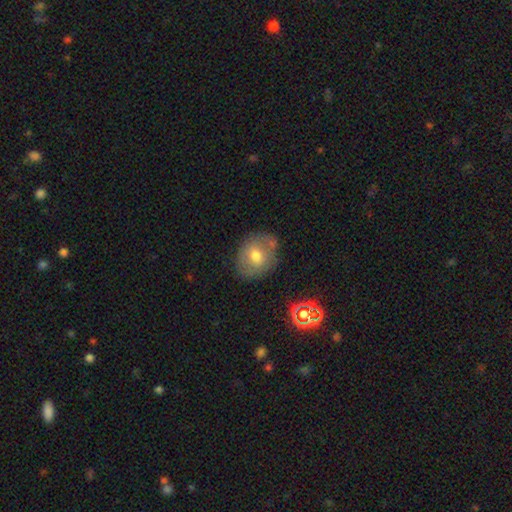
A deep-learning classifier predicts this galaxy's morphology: Smooth or featured?
  - smooth: 64% *
  - featured or disk: 26%
  - star or artifact: 10%
How rounded?
  - round: 54% *
  - in between: 45%
  - cigar-shaped: 1%
Merging?
  - none: 72% *
  - minor disturbance: 17%
  - merger: 6%
  - major disturbance: 5%